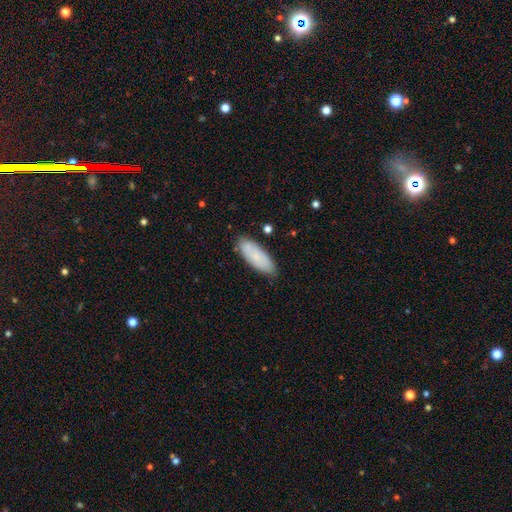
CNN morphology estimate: The model was most divided on "how rounded": in between: 71%, cigar-shaped: 27%, round: 2%. More confident: merging — none (81%); smooth or featured — smooth (76%).